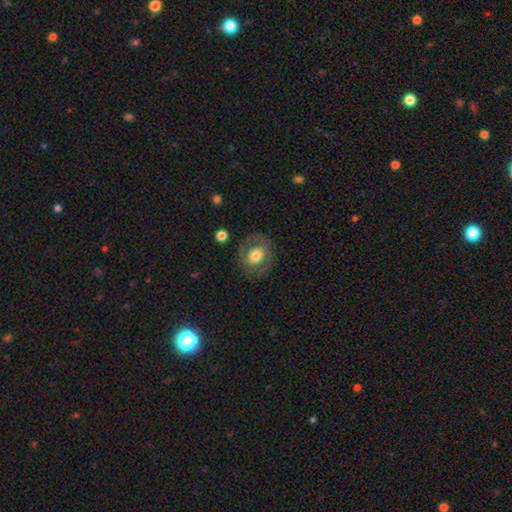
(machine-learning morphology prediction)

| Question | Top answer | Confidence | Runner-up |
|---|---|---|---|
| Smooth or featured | smooth | 54% | featured or disk (39%) |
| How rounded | round | 59% | in between (40%) |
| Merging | none | 78% | minor disturbance (13%) |